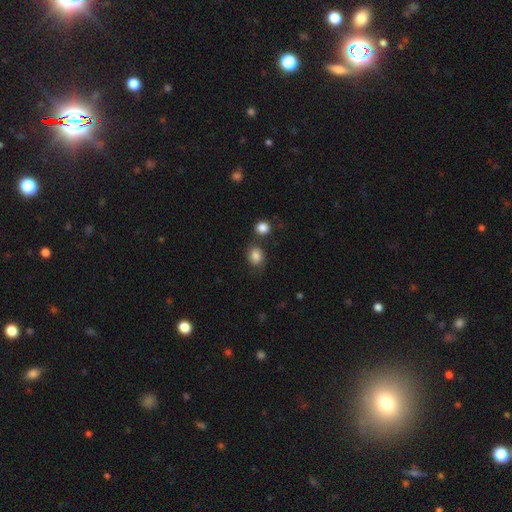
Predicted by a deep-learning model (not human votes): A smooth galaxy with no disk features (81%) that is round (53%).

Vote fractions:
- Smooth or featured? smooth: 81% / star or artifact: 10% / featured or disk: 9%
- How rounded? round: 53% / in between: 46% / cigar-shaped: 1%
- Merging? none: 63% / minor disturbance: 17% / merger: 13% / major disturbance: 6%